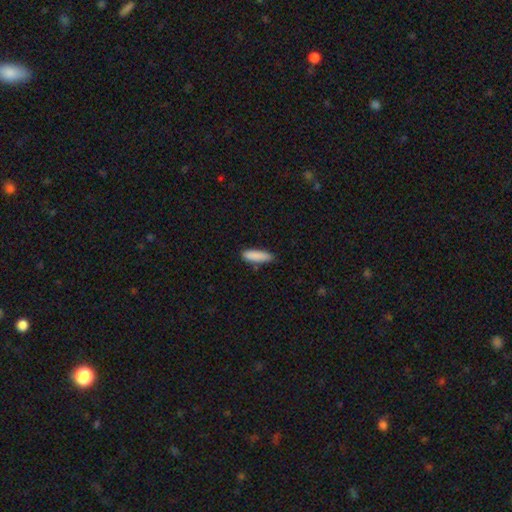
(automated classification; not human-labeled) Overall: smooth (88%). How rounded: cigar-shaped (64%; in between 35%). Merging: none (76%).